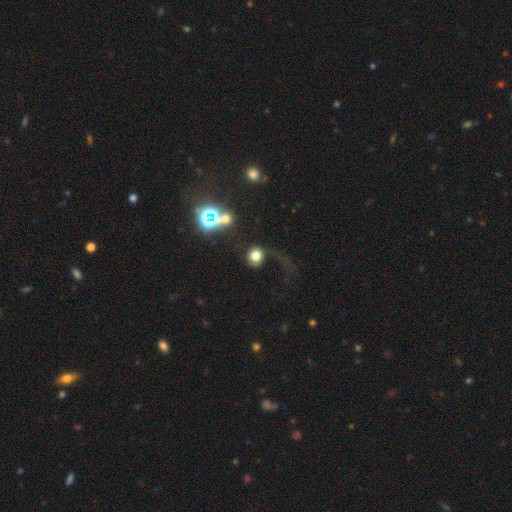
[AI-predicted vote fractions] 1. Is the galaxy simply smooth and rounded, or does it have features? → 70% smooth, 16% star or artifact, 15% featured or disk.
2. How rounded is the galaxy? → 82% round, 16% in between, 1% cigar-shaped.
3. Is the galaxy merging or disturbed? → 42% none, 35% major disturbance, 16% minor disturbance, 7% merger.